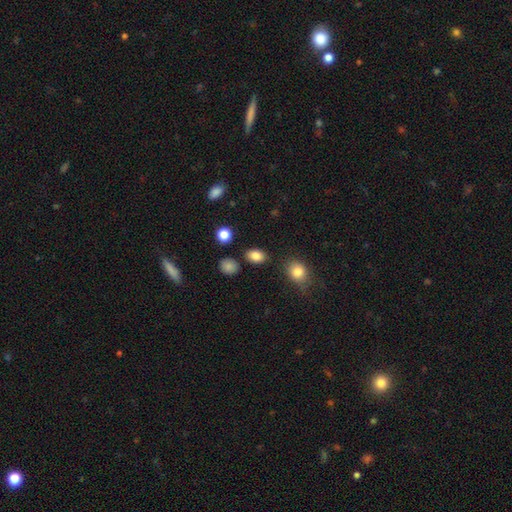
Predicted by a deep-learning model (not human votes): smooth 86%, star or artifact 10%, featured or disk 5%. Down the decision tree: how rounded — in between (77%); merging — none (84%).